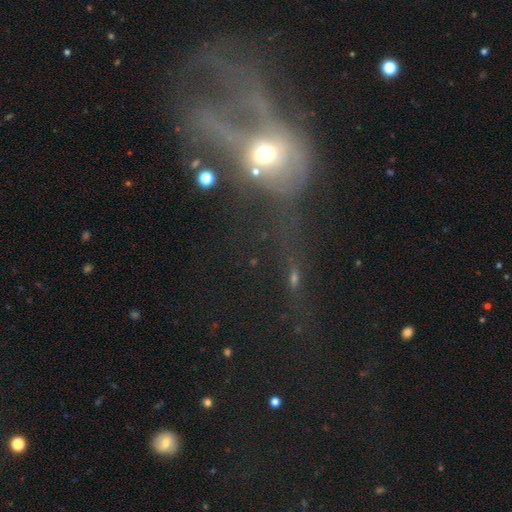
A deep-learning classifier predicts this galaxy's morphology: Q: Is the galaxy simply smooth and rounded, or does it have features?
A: featured or disk — 45%.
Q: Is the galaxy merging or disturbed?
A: major disturbance — 54%.